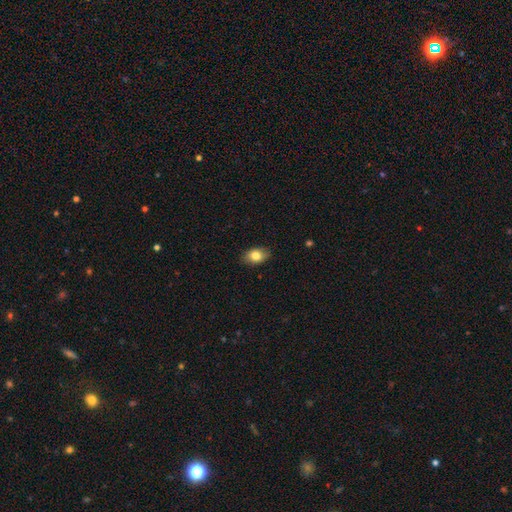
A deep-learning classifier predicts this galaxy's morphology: This is clearly a smooth galaxy (81%). How rounded: clearly in between (85%). Merging: clearly none (86%).